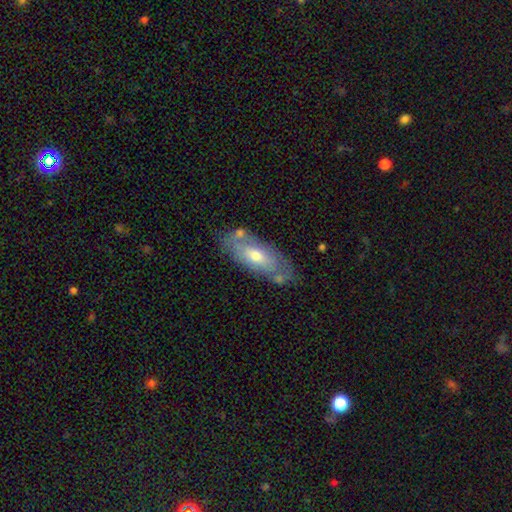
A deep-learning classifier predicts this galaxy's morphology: A smooth galaxy with no disk features (50%) that is in between round and cigar-shaped (81%). Merging: none (66%).